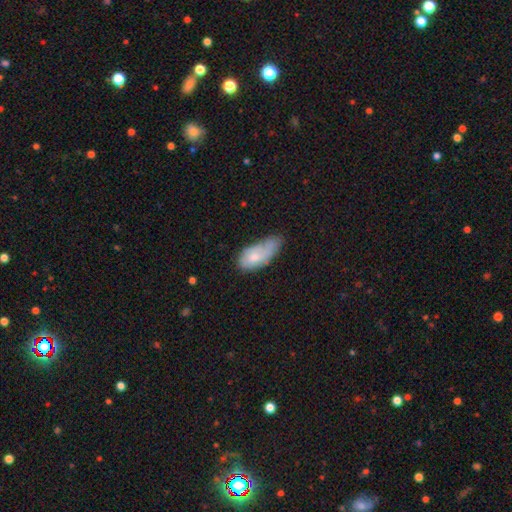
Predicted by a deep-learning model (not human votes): This is likely a smooth galaxy (66%). How rounded: clearly in between (88%). Merging: marginally minor disturbance (42%).